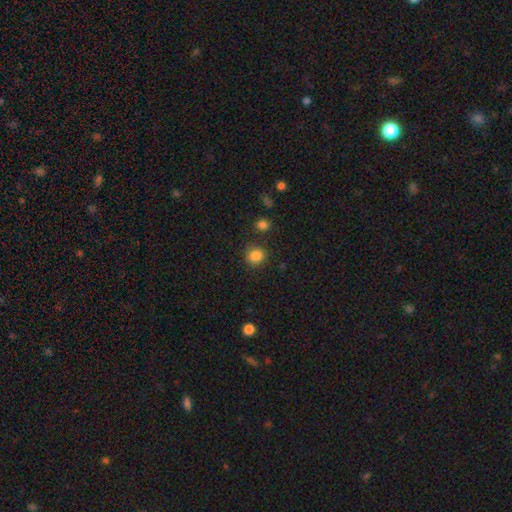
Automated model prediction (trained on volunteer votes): This is clearly a smooth galaxy (85%). How rounded: clearly round (85%). Merging: clearly none (83%).